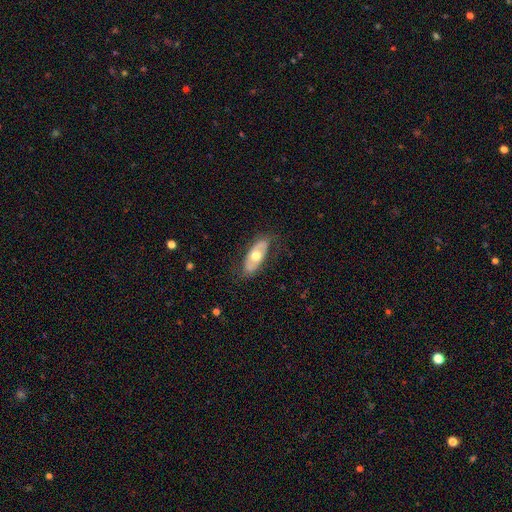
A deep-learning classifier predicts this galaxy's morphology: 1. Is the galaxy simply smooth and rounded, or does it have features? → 48% featured or disk, 47% smooth, 5% star or artifact.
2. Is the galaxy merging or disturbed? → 76% none, 17% minor disturbance, 6% major disturbance, 1% merger.